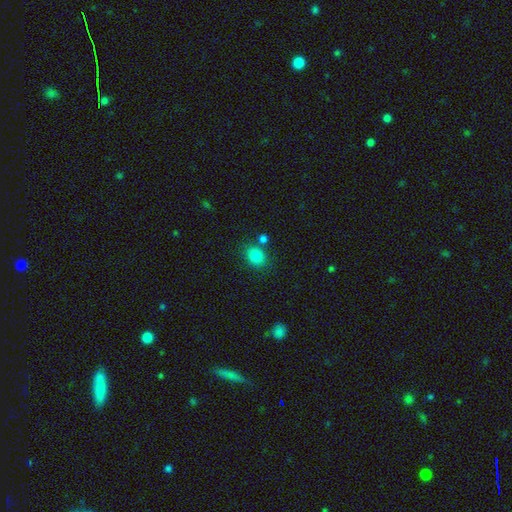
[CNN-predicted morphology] smooth-or-featured: smooth: 84% | star or artifact: 11% | featured or disk: 6%
  how-rounded: round: 58% | in between: 41% | cigar-shaped: 1%
  merging: none: 74% | merger: 12% | minor disturbance: 11% | major disturbance: 3%